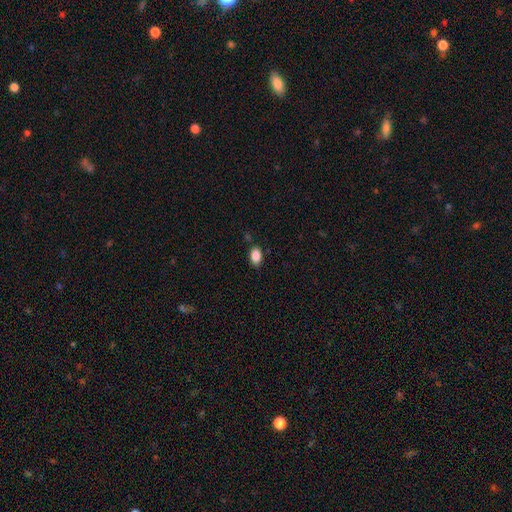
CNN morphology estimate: This is clearly a smooth galaxy (88%). How rounded: clearly in between (87%). Merging: clearly none (82%).